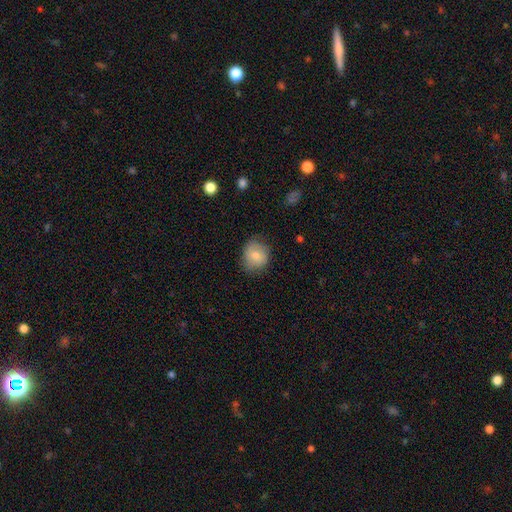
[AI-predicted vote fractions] Q: Smooth or featured?
A: smooth (77%); runner-up: featured or disk (15%)
Q: How rounded?
A: round (74%); runner-up: in between (25%)
Q: Merging?
A: none (72%); runner-up: minor disturbance (21%)